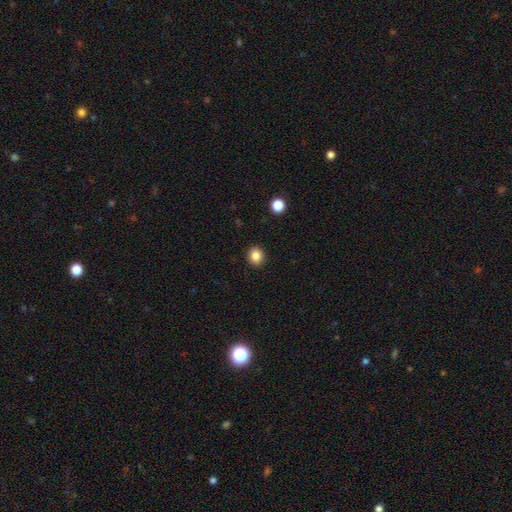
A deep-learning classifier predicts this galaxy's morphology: Smooth or featured: smooth — 84% (star or artifact — 11%)
How rounded: round — 74% (in between — 25%)
Merging: none — 91% (minor disturbance — 6%)